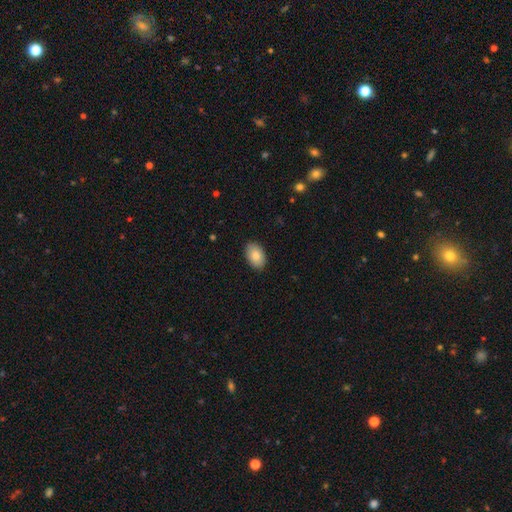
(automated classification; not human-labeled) smooth-or-featured: smooth: 84% | featured or disk: 10% | star or artifact: 7%
  how-rounded: in between: 90% | round: 9% | cigar-shaped: 1%
  merging: none: 89% | minor disturbance: 8% | major disturbance: 2% | merger: 1%